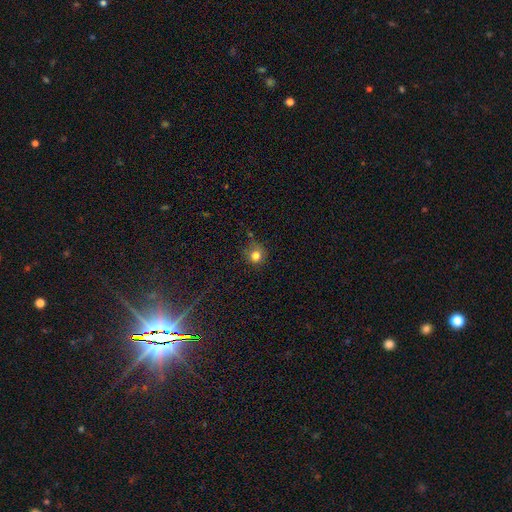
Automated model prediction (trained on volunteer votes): The model was most divided on "merging": none: 76%, minor disturbance: 16%, major disturbance: 5%, merger: 3%. More confident: how rounded — round (90%); smooth or featured — smooth (80%).